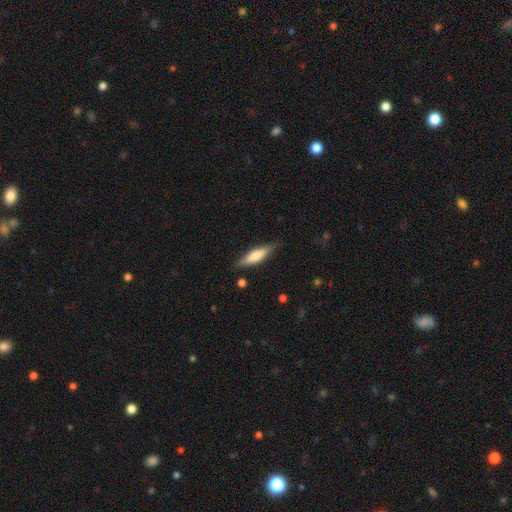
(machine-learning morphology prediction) Smooth or featured? Predicted: smooth (p=0.59). How rounded? Predicted: cigar-shaped (p=0.64). Merging? Predicted: none (p=0.81).